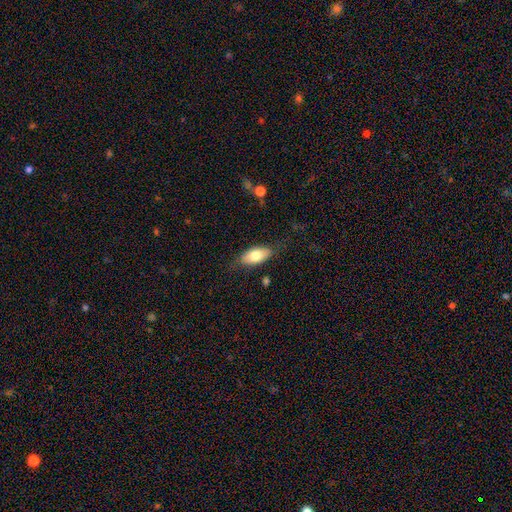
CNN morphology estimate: Q: Smooth or featured?
A: smooth (74%); runner-up: featured or disk (19%)
Q: How rounded?
A: in between (89%); runner-up: cigar-shaped (8%)
Q: Merging?
A: none (78%); runner-up: minor disturbance (16%)